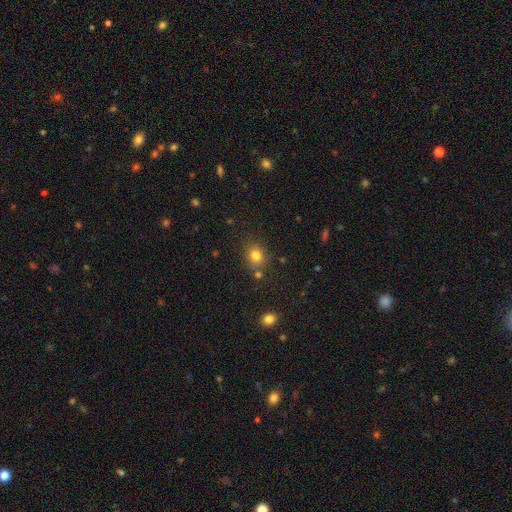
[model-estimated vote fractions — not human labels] The model was most divided on "how rounded": round: 69%, in between: 30%, cigar-shaped: 1%. More confident: smooth or featured — smooth (80%); merging — none (76%).